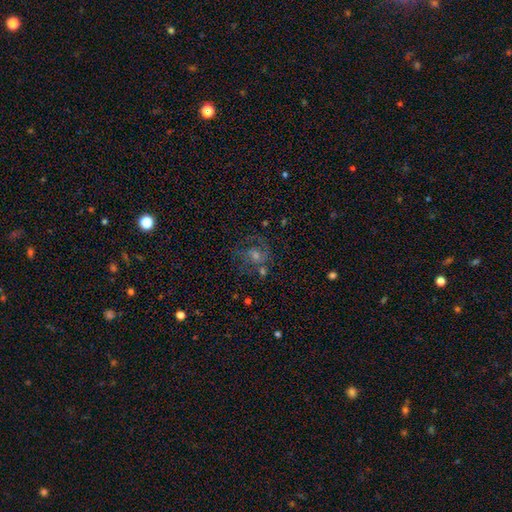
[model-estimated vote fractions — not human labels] Morphology: type=featured or disk (52%); edge-on=no (97%); bar=no (59%); spiral arms=yes (73%); bulge=moderate (47%); merging=none (49%).